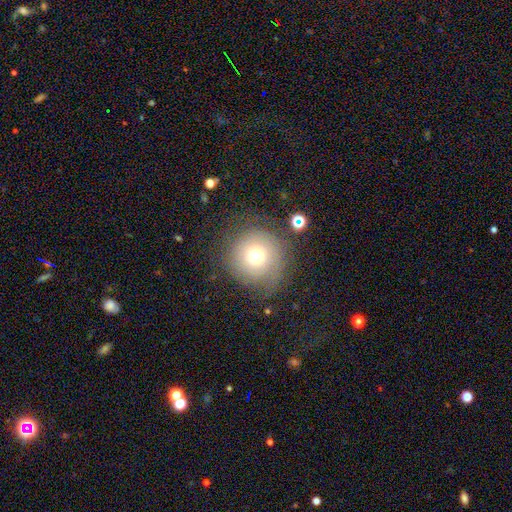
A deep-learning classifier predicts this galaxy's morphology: Overall: smooth (62%; featured or disk 24%). How rounded: round (94%). Merging: none (67%).